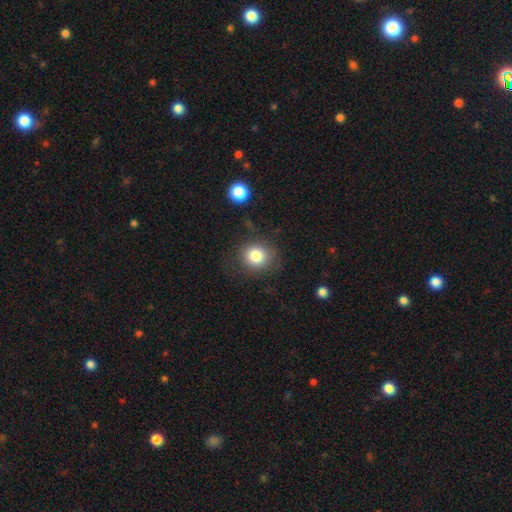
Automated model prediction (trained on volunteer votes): smooth_or_featured: smooth (p=0.81) [alt: star or artifact p=0.11]
how_rounded: round (p=0.82) [alt: in between p=0.18]
merging: none (p=0.79) [alt: minor disturbance p=0.13]